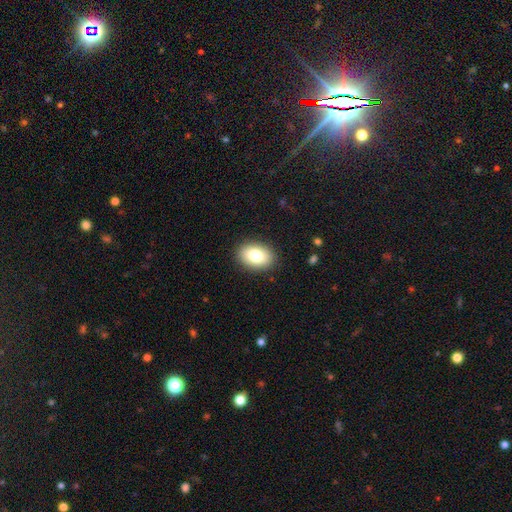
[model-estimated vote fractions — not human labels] A smooth galaxy with no disk features (80%) that is in between round and cigar-shaped (82%).

Vote fractions:
- Smooth or featured? smooth: 80% / featured or disk: 12% / star or artifact: 8%
- How rounded? in between: 82% / round: 17% / cigar-shaped: 1%
- Merging? none: 89% / minor disturbance: 8% / major disturbance: 2% / merger: 1%